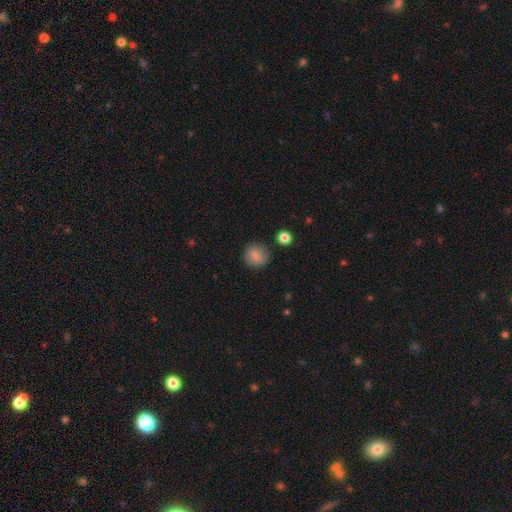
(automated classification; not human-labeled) Smooth or featured? smooth (85%)
How rounded? round (91%)
Merging? none (88%)